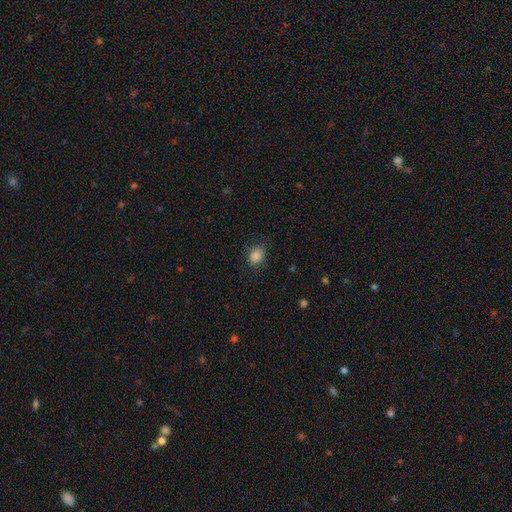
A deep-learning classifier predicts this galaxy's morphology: type=smooth (87%); roundness=in between (62%); merging=none (78%).